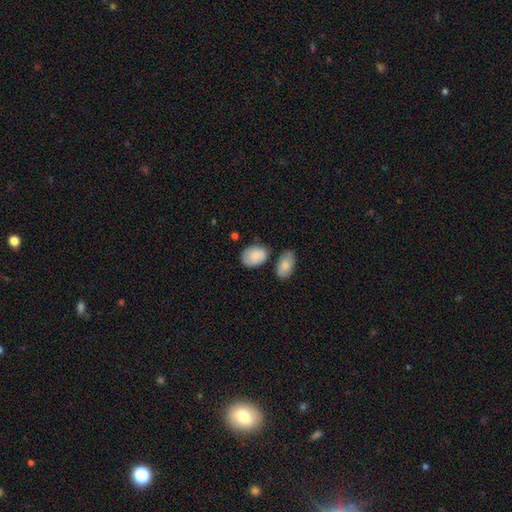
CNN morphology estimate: This is clearly a smooth galaxy (83%). How rounded: likely in between (78%). Merging: likely none (64%).